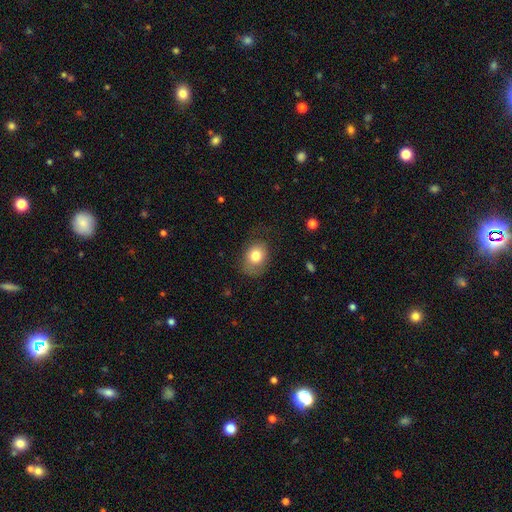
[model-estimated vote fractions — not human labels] This is likely a smooth galaxy (77%). How rounded: possibly in between (59%). Merging: likely none (62%).